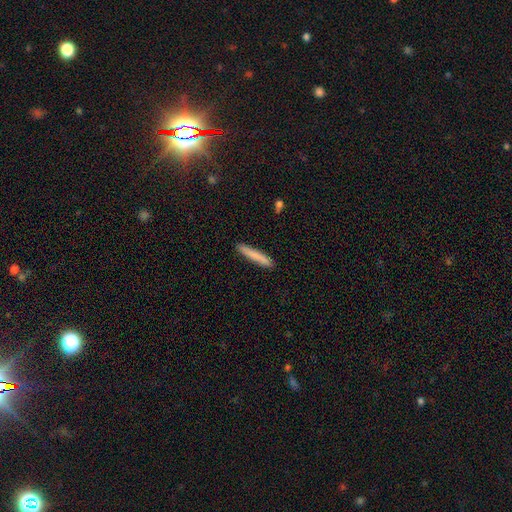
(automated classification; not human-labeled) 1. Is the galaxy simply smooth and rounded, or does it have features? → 80% smooth, 14% featured or disk, 6% star or artifact.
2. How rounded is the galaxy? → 95% cigar-shaped, 4% in between, 1% round.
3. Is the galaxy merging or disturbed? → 90% none, 7% minor disturbance, 2% major disturbance, 1% merger.